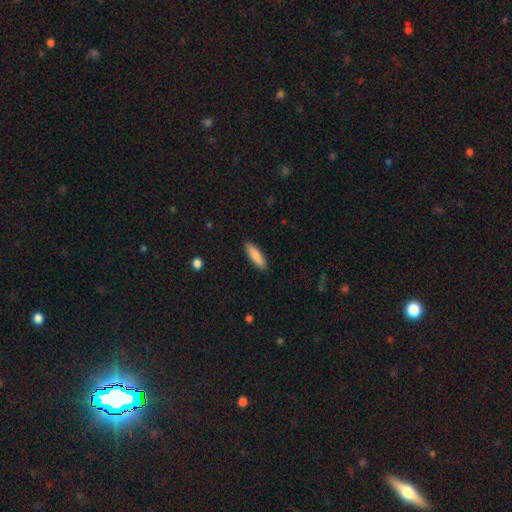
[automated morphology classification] A smooth galaxy with no disk features (87%) that is cigar-shaped (59%). Merging: none (89%).